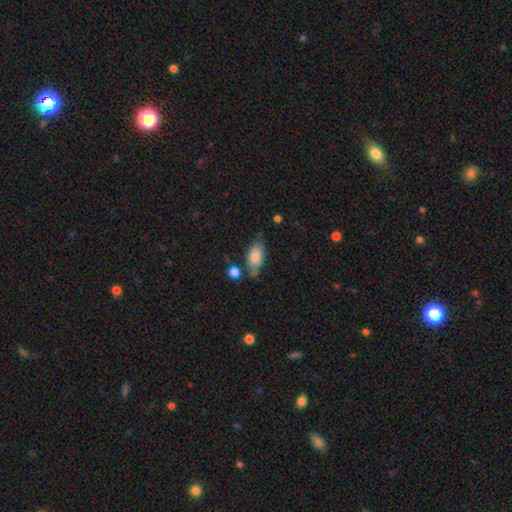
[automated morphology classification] Smooth or featured: smooth — 82% (featured or disk — 11%)
How rounded: in between — 91% (cigar-shaped — 6%)
Merging: none — 62% (minor disturbance — 22%)